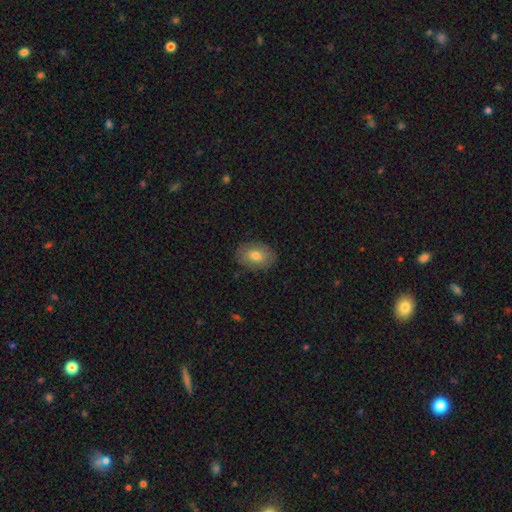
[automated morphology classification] This is likely a smooth galaxy (70%). How rounded: likely in between (77%). Merging: clearly none (84%).